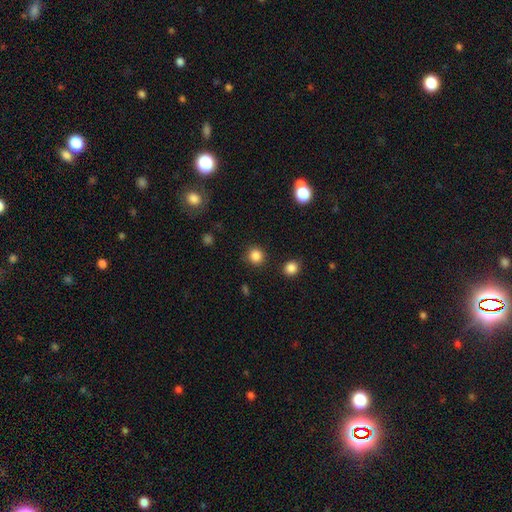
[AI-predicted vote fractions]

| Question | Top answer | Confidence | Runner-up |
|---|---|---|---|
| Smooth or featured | smooth | 85% | star or artifact (11%) |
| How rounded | round | 90% | in between (9%) |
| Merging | none | 89% | minor disturbance (6%) |